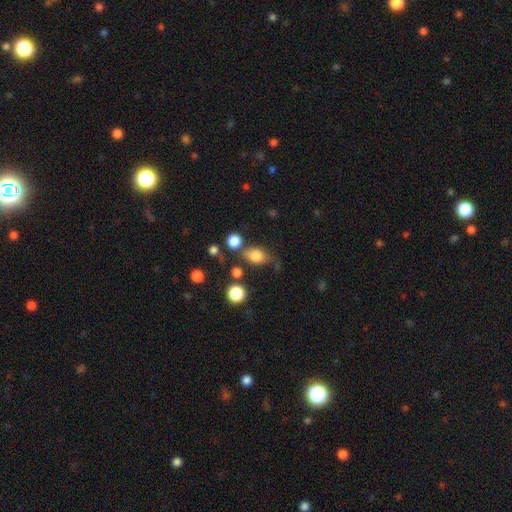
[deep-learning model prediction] A smooth galaxy with no disk features (79%) that is in between round and cigar-shaped (67%).

Vote fractions:
- Smooth or featured? smooth: 79% / star or artifact: 11% / featured or disk: 10%
- How rounded? in between: 67% / round: 31% / cigar-shaped: 2%
- Merging? none: 58% / minor disturbance: 22% / merger: 11% / major disturbance: 9%